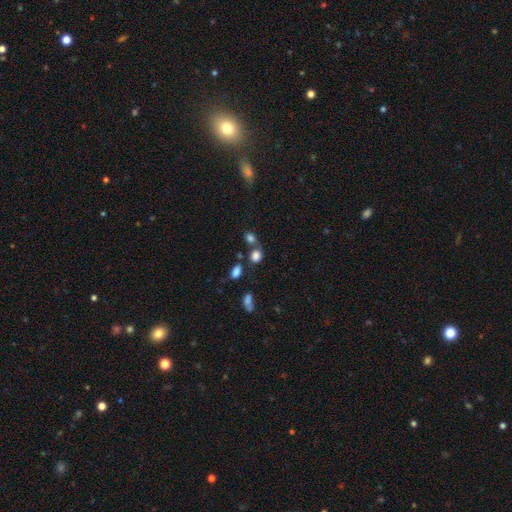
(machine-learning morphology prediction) Smooth or featured? Predicted: smooth (p=0.79). How rounded? Predicted: round (p=0.65). Merging? Predicted: none (p=0.49).